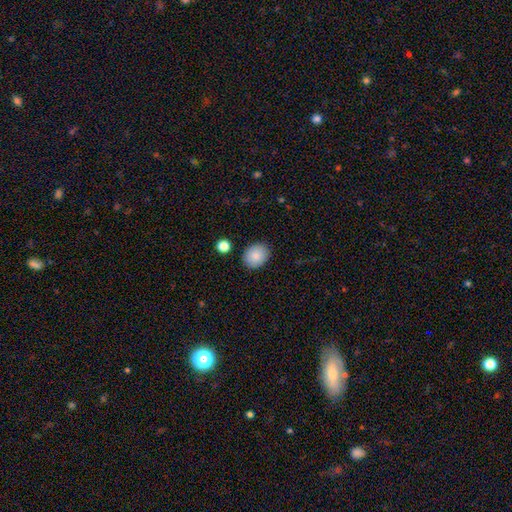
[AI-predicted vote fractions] smooth_or_featured: smooth (p=0.87) [alt: star or artifact p=0.07]
how_rounded: round (p=0.54) [alt: in between p=0.45]
merging: none (p=0.89) [alt: minor disturbance p=0.08]